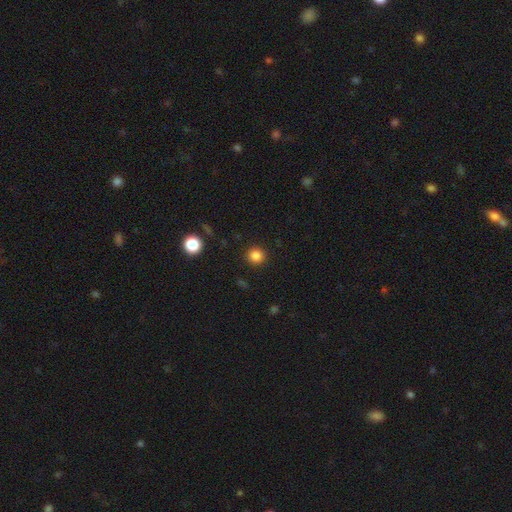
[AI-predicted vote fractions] smooth_or_featured: smooth (p=0.85) [alt: star or artifact p=0.11]
how_rounded: round (p=0.93) [alt: in between p=0.06]
merging: none (p=0.91) [alt: minor disturbance p=0.05]